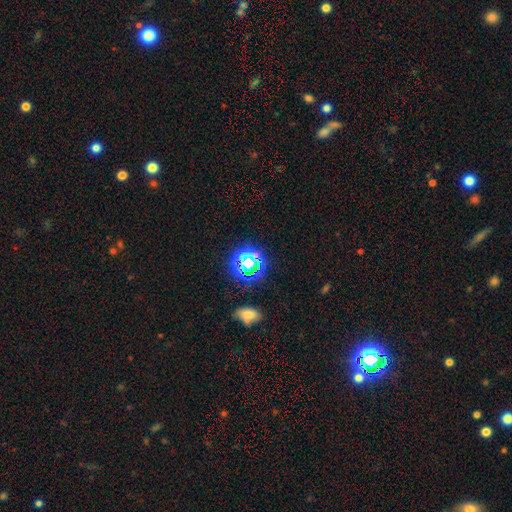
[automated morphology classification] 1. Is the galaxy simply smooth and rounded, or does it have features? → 73% star or artifact, 19% smooth, 8% featured or disk.